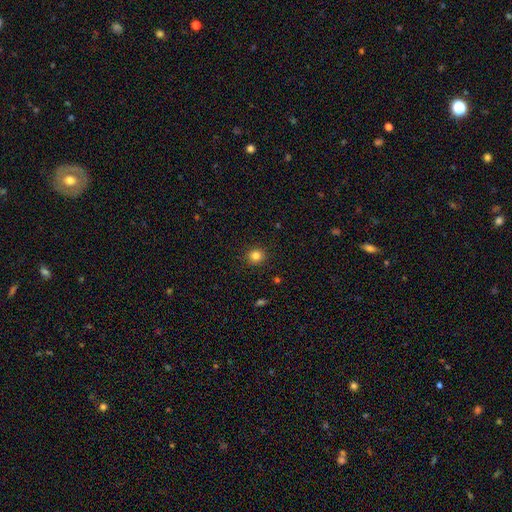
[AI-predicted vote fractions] Smooth or featured? smooth (83%)
How rounded? round (88%)
Merging? none (91%)